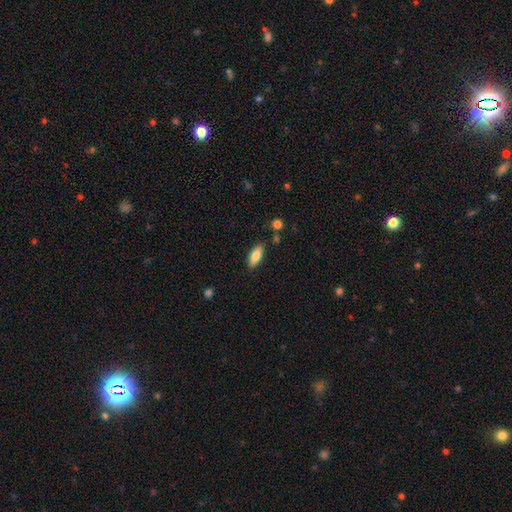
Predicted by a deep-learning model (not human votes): The model was most divided on "how rounded": in between: 73%, cigar-shaped: 25%, round: 2%. More confident: merging — none (83%); smooth or featured — smooth (80%).